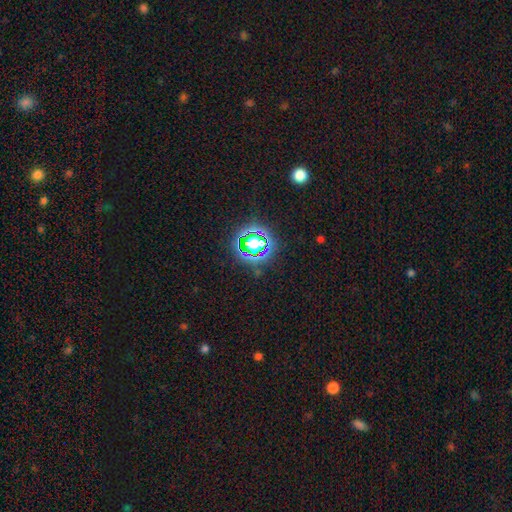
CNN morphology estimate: type=star or artifact (79%).